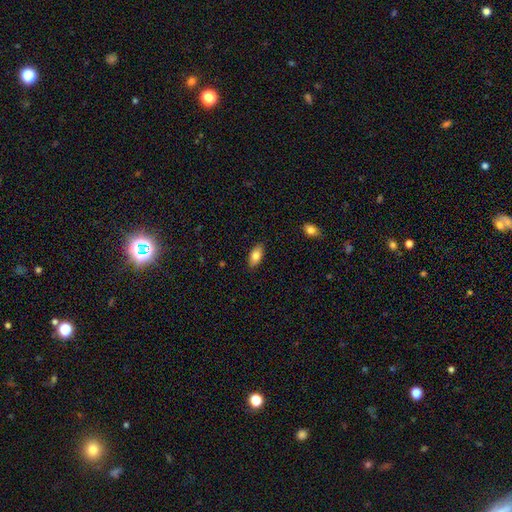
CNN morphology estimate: smooth-or-featured: smooth: 79% | featured or disk: 14% | star or artifact: 7%
  how-rounded: in between: 90% | cigar-shaped: 6% | round: 4%
  merging: none: 87% | minor disturbance: 10% | major disturbance: 2% | merger: 1%